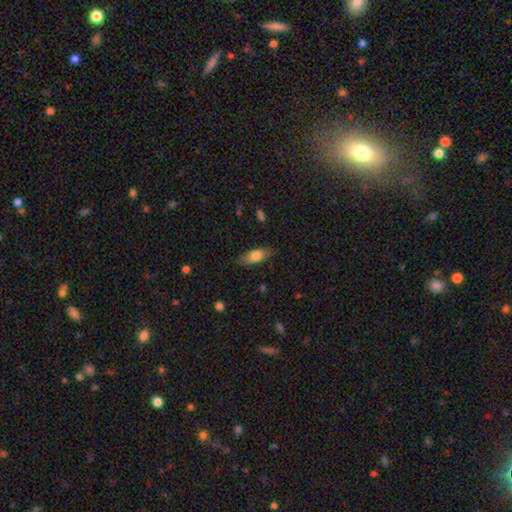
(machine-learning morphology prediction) smooth 74%, featured or disk 20%, star or artifact 7%. Down the decision tree: how rounded — in between (75%); merging — none (83%).